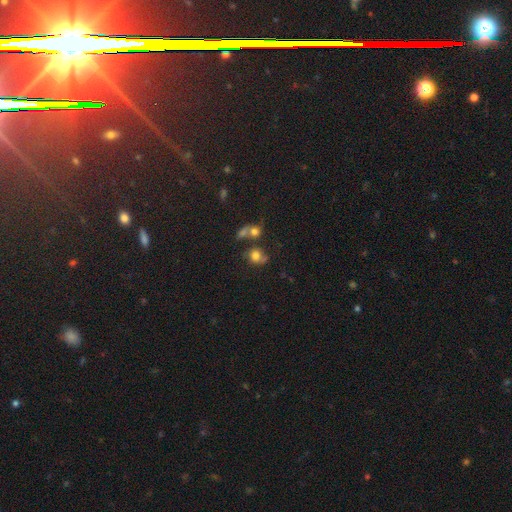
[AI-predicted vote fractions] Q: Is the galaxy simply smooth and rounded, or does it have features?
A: smooth — 70%.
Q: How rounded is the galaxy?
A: round — 75%.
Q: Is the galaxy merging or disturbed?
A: none — 45%.